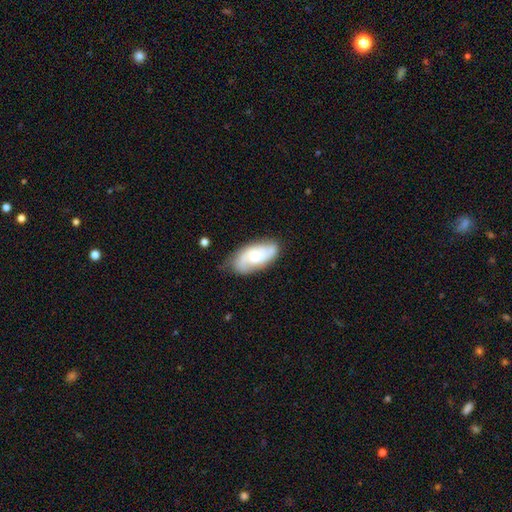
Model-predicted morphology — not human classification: featured or disk 64%, smooth 29%, star or artifact 6%. Down the decision tree: edge-on disk — no (94%); bar — no (59%); spiral arms — yes (91%); spiral arm count — 2 (72%); spiral winding — medium (48%); bulge size — moderate (45%); merging — none (71%).